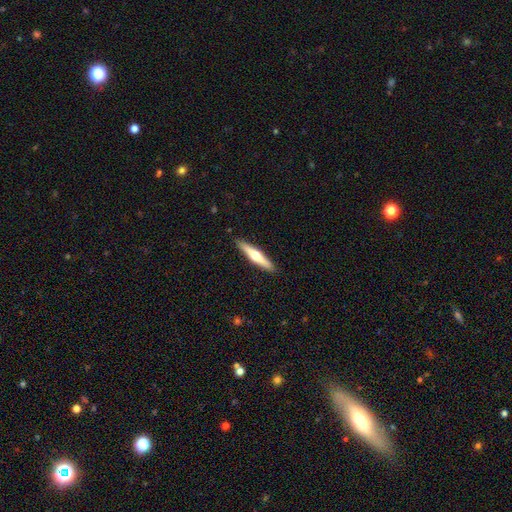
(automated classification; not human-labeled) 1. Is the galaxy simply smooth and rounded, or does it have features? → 54% featured or disk, 41% smooth, 5% star or artifact.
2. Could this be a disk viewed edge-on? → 95% yes, 5% no.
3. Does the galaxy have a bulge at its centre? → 91% rounded, 6% none, 3% boxy.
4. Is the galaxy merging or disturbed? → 90% none, 7% minor disturbance, 1% major disturbance, 1% merger.